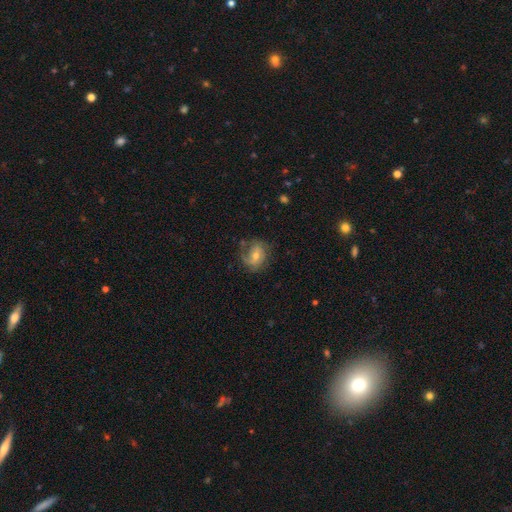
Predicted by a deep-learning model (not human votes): smooth-or-featured: featured or disk: 68% | smooth: 24% | star or artifact: 8%
  disk-edge-on: no: 97% | yes: 3%
    bar: no: 50% | weak: 40% | strong: 10%
    has-spiral-arms: yes: 87% | no: 13%
      spiral-winding: medium: 42% | tight: 34% | loose: 25%
      spiral-arm-count: 2: 45% | 1: 28% | can't tell: 17% | 3: 7% | 4: 2% | more than 4: 2%
    bulge-size: moderate: 57% | small: 37% | large: 3% | none: 2% | dominant: 1%
  merging: none: 61% | minor disturbance: 23% | major disturbance: 14% | merger: 2%